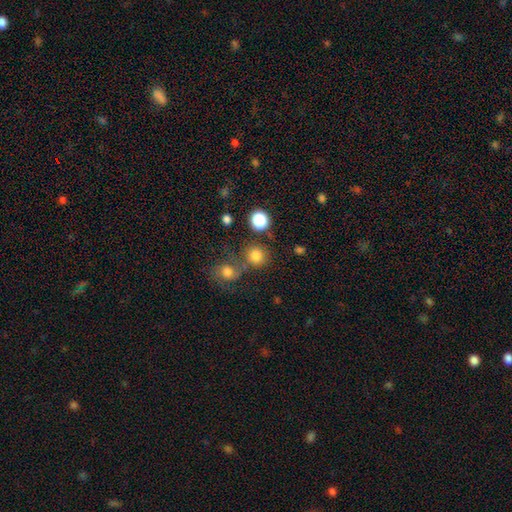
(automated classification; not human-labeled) Morphology: type=smooth (79%); roundness=round (88%); merging=none (64%).